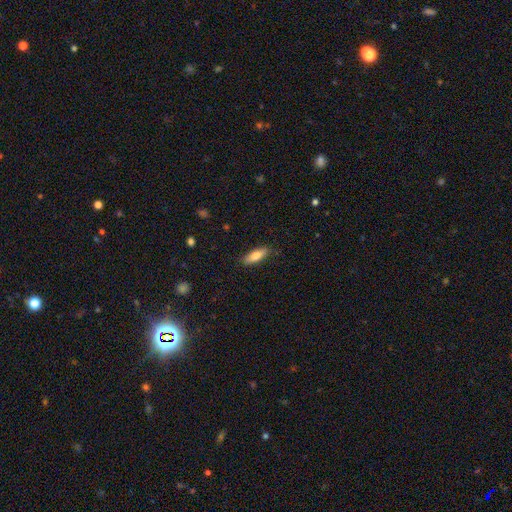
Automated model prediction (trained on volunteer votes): The model was most divided on "how rounded": in between: 56%, cigar-shaped: 41%, round: 2%. More confident: merging — none (84%); smooth or featured — smooth (76%).